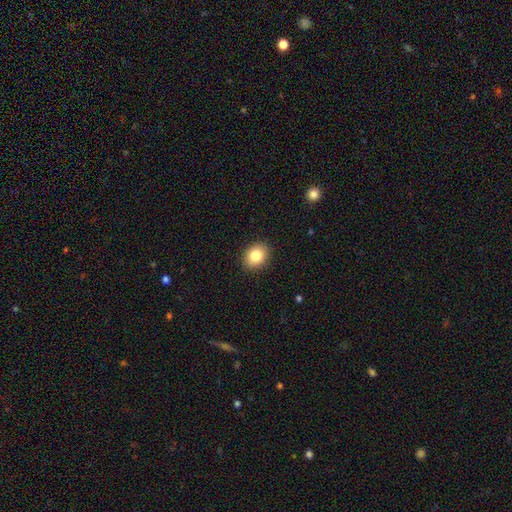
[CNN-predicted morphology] Overall: smooth (83%). How rounded: in between (54%; round 45%). Merging: none (90%).